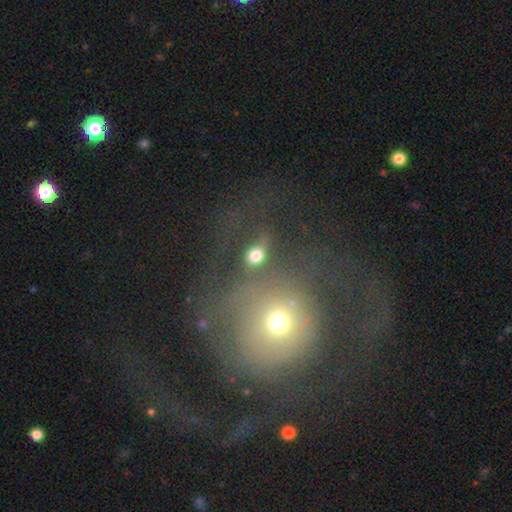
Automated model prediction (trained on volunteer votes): Smooth or featured? smooth (65%)
How rounded? round (56%)
Merging? none (49%)